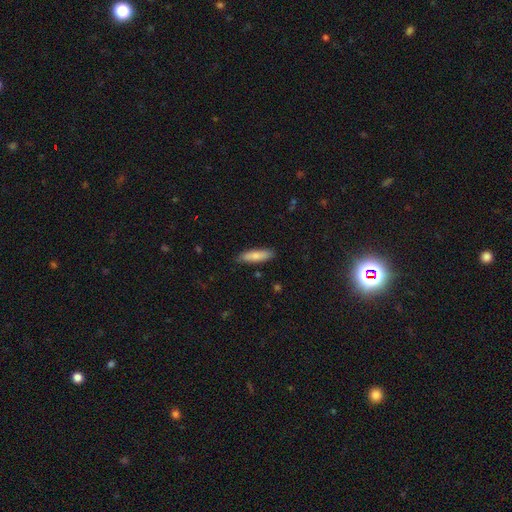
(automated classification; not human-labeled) Smooth or featured? smooth (79%)
How rounded? cigar-shaped (65%)
Merging? none (86%)